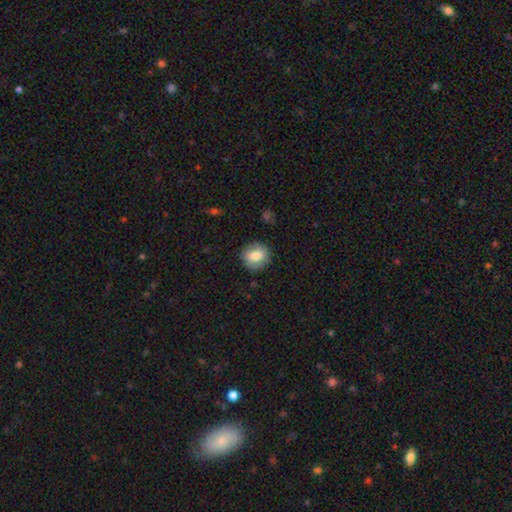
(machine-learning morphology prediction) A smooth galaxy with no disk features (75%) that is round (89%). Merging: none (87%).